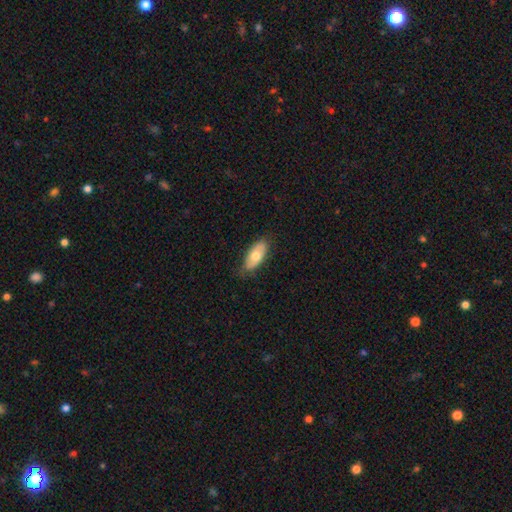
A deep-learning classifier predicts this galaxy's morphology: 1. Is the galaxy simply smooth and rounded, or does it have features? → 67% smooth, 27% featured or disk, 6% star or artifact.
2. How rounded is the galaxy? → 88% in between, 10% cigar-shaped, 3% round.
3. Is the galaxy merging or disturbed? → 80% none, 16% minor disturbance, 3% major disturbance, 1% merger.